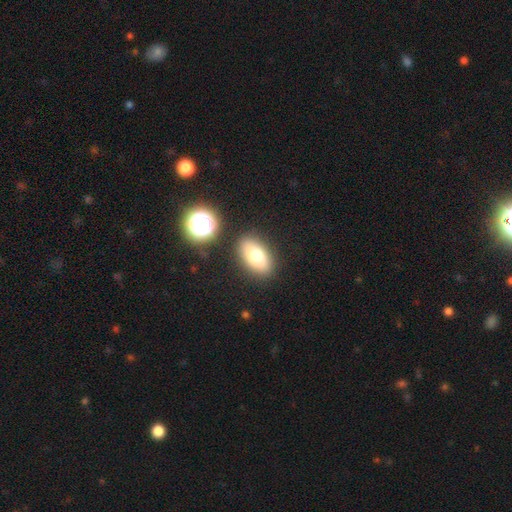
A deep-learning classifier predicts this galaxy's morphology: Smooth or featured: smooth — 76% (featured or disk — 15%)
How rounded: in between — 89% (round — 8%)
Merging: none — 83% (minor disturbance — 10%)